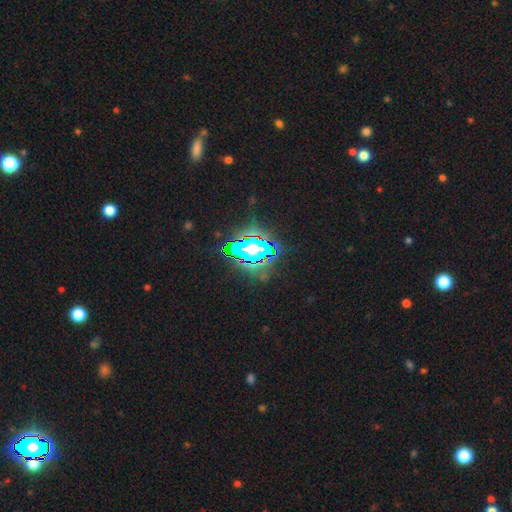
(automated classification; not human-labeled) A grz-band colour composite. It shows a star or artifact, not a galaxy (81%).